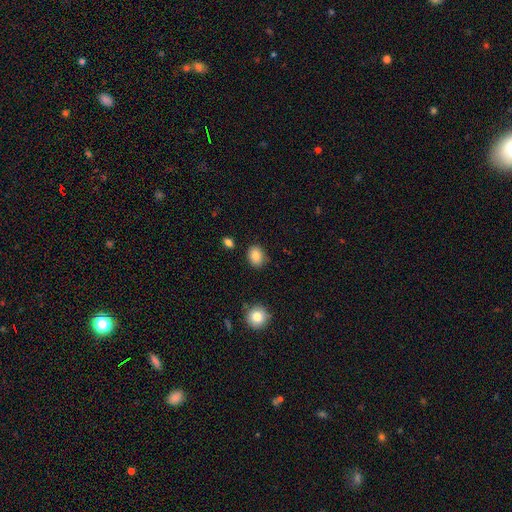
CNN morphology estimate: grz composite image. It shows a smooth galaxy with no disk features (85%) that is in between round and cigar-shaped (53%). Merging: none (83%).